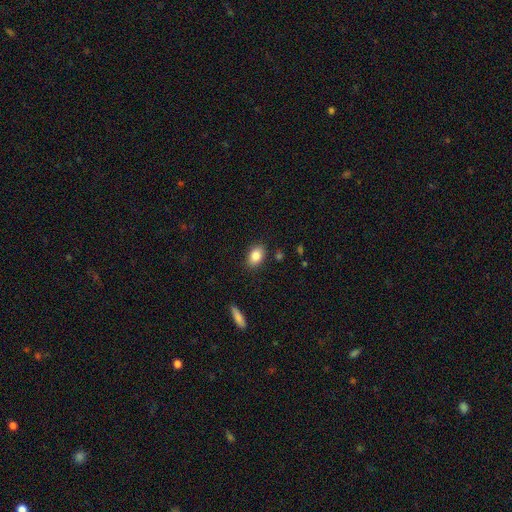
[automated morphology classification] Q: Smooth or featured?
A: smooth (85%); runner-up: star or artifact (8%)
Q: How rounded?
A: in between (82%); runner-up: round (16%)
Q: Merging?
A: none (86%); runner-up: minor disturbance (10%)